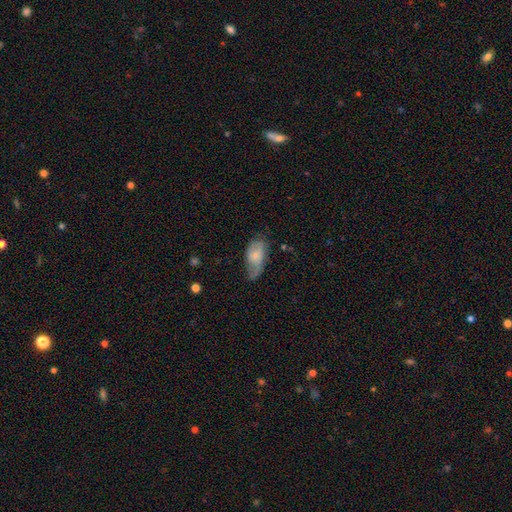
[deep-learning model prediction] Overall: smooth (55%; featured or disk 38%). How rounded: in between (92%). Merging: none (38%; minor disturbance 37%).